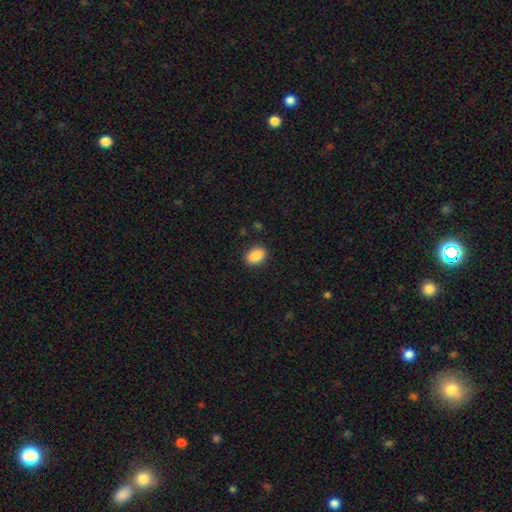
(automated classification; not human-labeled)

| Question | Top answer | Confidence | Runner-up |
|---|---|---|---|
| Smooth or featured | smooth | 89% | star or artifact (8%) |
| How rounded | in between | 84% | round (14%) |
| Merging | none | 88% | minor disturbance (8%) |